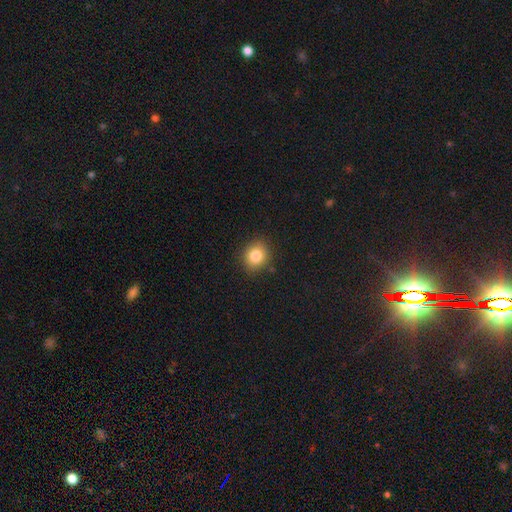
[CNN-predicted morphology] Smooth or featured? smooth (83%)
How rounded? round (71%)
Merging? none (88%)